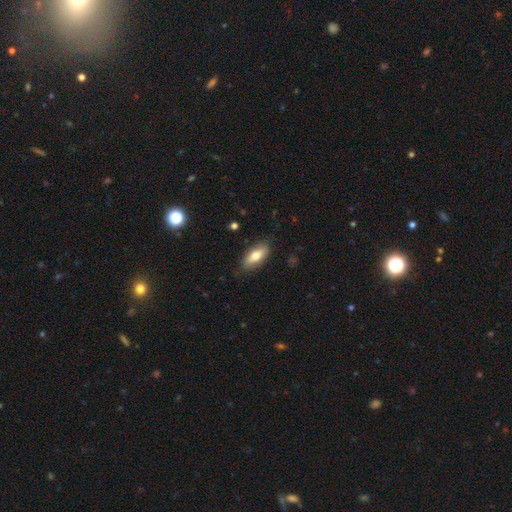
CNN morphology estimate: This appears to be a smooth galaxy with no disk features (71%) that is in between round and cigar-shaped (81%). Merging: none (83%).